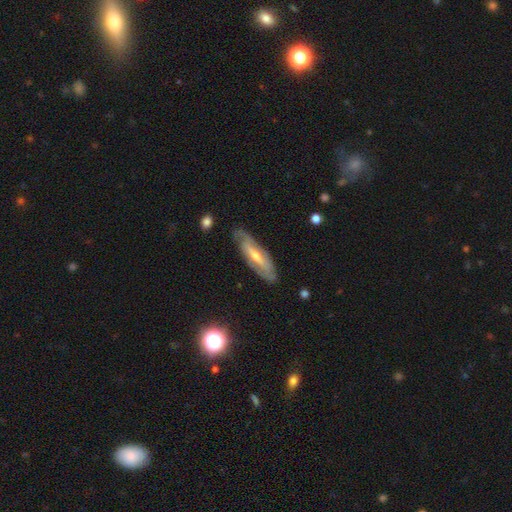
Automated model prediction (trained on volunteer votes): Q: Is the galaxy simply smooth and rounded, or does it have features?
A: featured or disk — 73%.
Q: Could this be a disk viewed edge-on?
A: no — 72%.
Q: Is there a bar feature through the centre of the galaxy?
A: strong — 40%.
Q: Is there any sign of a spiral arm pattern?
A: yes — 77%.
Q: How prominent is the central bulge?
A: small — 48%.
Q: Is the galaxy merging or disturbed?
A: none — 79%.